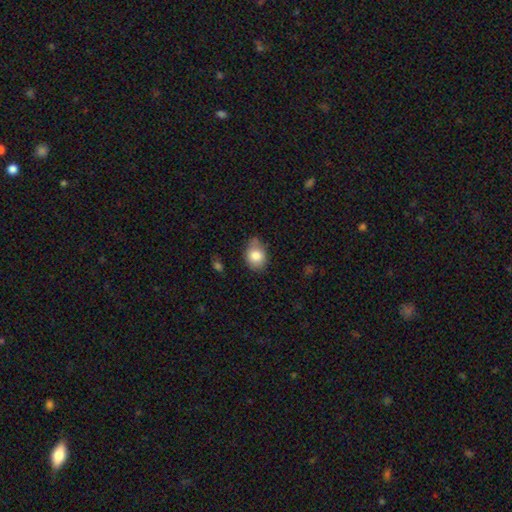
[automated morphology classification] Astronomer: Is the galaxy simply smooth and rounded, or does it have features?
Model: smooth — 81%.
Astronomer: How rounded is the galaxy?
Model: in between — 59% (runner-up: round, 40%).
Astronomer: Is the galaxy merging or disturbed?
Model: none — 61%.